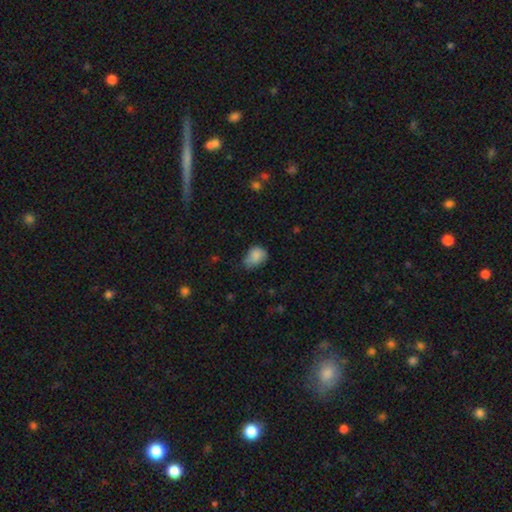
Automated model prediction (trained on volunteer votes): The model was most divided on "merging": none: 45%, minor disturbance: 41%, major disturbance: 11%, merger: 3%. More confident: smooth or featured — smooth (83%); how rounded — in between (60%).